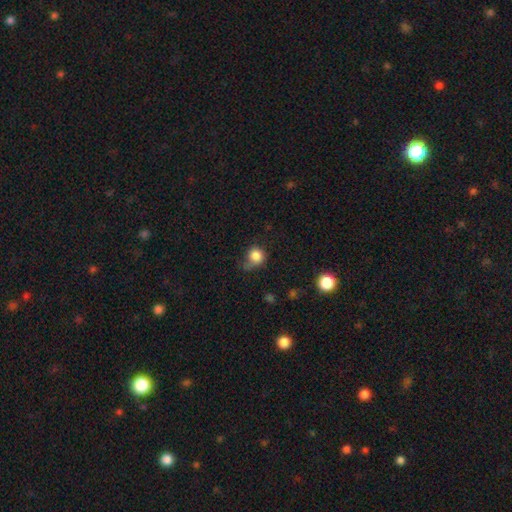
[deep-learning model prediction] Q: Smooth or featured?
A: smooth (83%); runner-up: star or artifact (10%)
Q: How rounded?
A: round (84%); runner-up: in between (15%)
Q: Merging?
A: none (46%); runner-up: minor disturbance (32%)